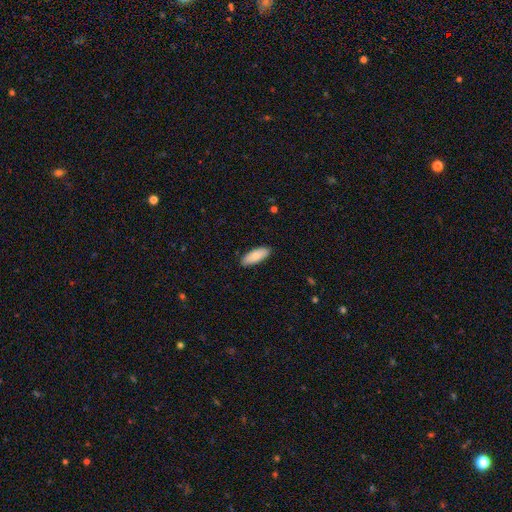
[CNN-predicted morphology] smooth_or_featured: smooth (p=0.82) [alt: featured or disk p=0.13]
how_rounded: in between (p=0.77) [alt: cigar-shaped p=0.22]
merging: none (p=0.89) [alt: minor disturbance p=0.09]